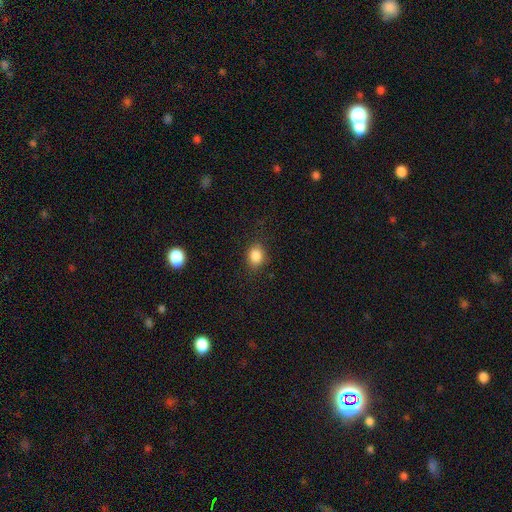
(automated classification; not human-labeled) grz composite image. It shows a smooth galaxy with no disk features (86%) that is round (52%). Merging: none (83%).